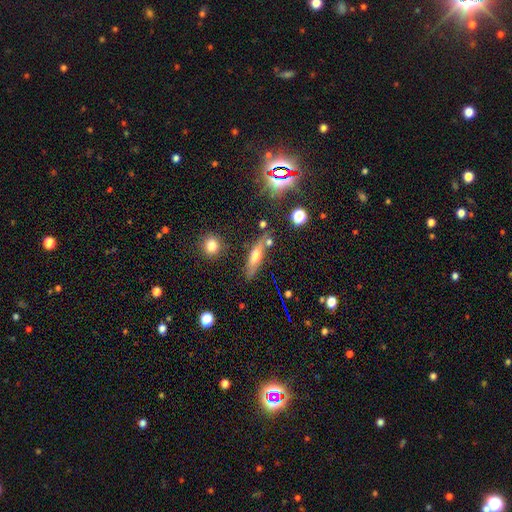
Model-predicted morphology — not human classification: This appears to be a smooth galaxy with no disk features (51%) that is cigar-shaped (60%). Merging: none (71%).